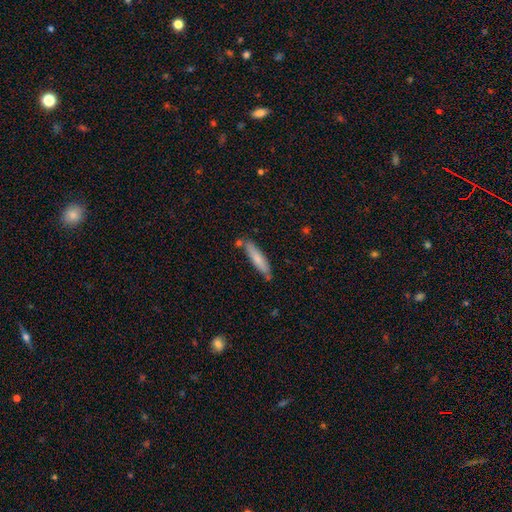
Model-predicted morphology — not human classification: smooth-or-featured: smooth: 72% | featured or disk: 22% | star or artifact: 6%
  how-rounded: cigar-shaped: 86% | in between: 13% | round: 1%
  merging: none: 79% | minor disturbance: 14% | merger: 5% | major disturbance: 2%